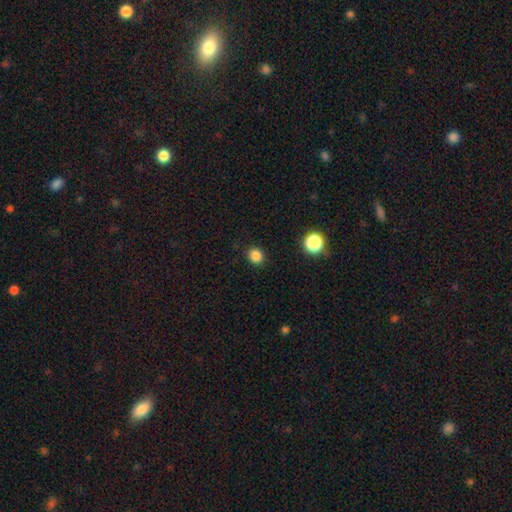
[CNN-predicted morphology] Smooth or featured? Predicted: smooth (p=0.84). How rounded? Predicted: round (p=0.84). Merging? Predicted: none (p=0.91).